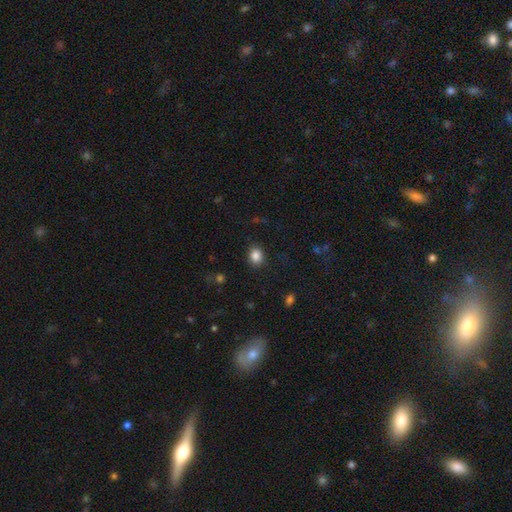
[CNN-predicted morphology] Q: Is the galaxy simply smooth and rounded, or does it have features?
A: smooth — 85%.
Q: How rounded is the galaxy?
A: round — 57%.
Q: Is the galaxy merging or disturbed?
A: none — 87%.